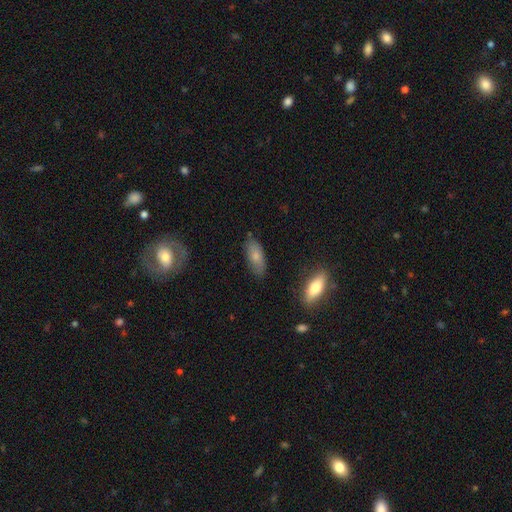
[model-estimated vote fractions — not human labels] The model was most divided on "smooth or featured": smooth: 76%, featured or disk: 17%, star or artifact: 7%. More confident: how rounded — in between (83%); merging — none (77%).